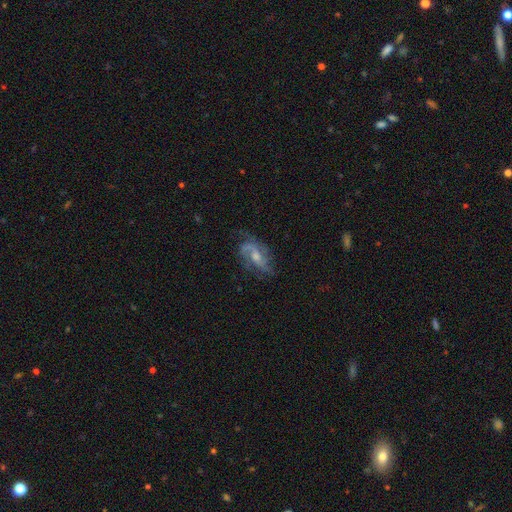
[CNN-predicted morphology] A featured or disk galaxy (78%) with no bar (47%), 2 (42%) medium (46%) spiral arms (93%) and a moderate central bulge (57%). Merging: none (68%).